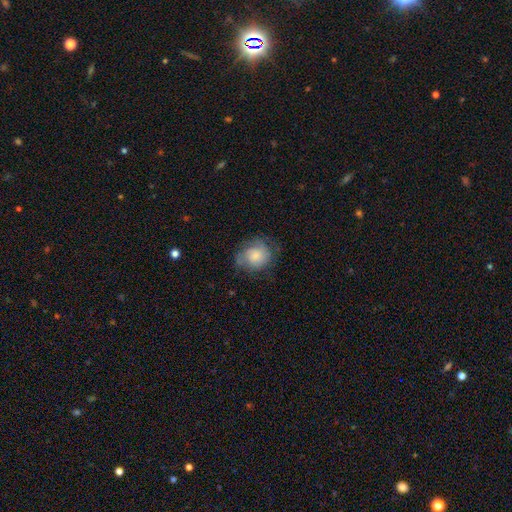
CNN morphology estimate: Smooth or featured? smooth (62%)
How rounded? round (70%)
Merging? none (61%)